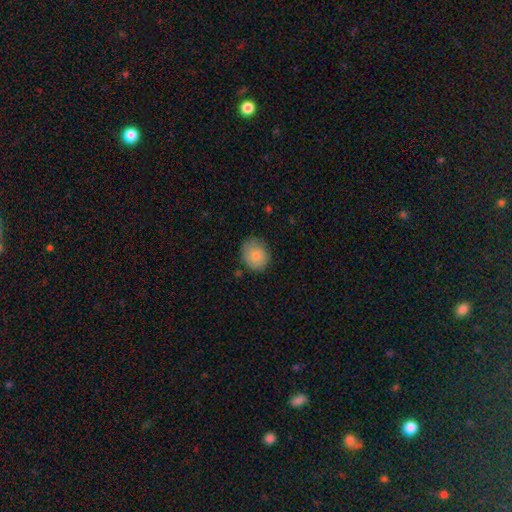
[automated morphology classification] Smooth or featured?
  - smooth: 82% *
  - featured or disk: 10%
  - star or artifact: 7%
How rounded?
  - round: 69% *
  - in between: 30%
  - cigar-shaped: 1%
Merging?
  - none: 75% *
  - minor disturbance: 19%
  - major disturbance: 4%
  - merger: 2%